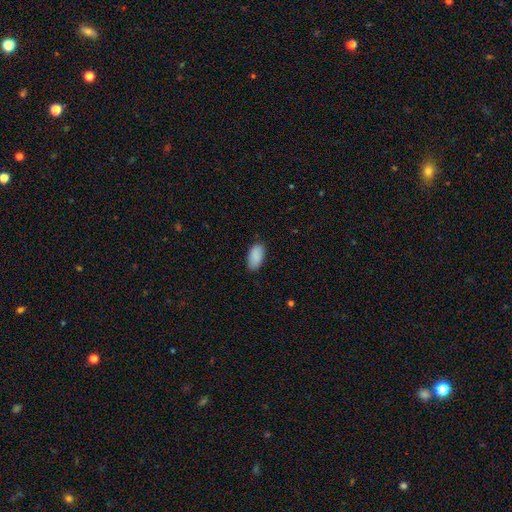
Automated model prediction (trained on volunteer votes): This is clearly a smooth galaxy (90%). How rounded: clearly in between (94%). Merging: clearly none (84%).